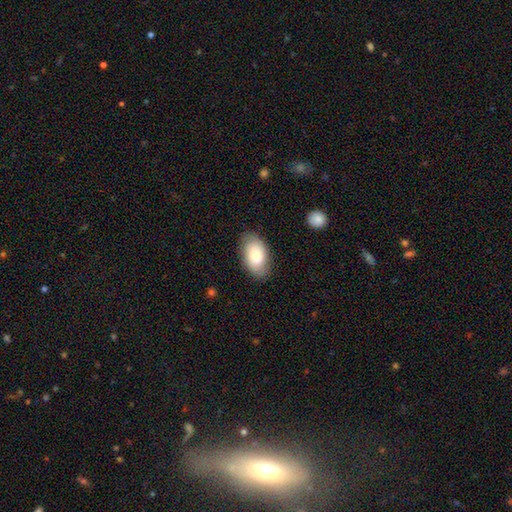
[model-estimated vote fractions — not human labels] smooth_or_featured: smooth (p=0.78) [alt: featured or disk p=0.15]
how_rounded: in between (p=0.94) [alt: round p=0.05]
merging: none (p=0.82) [alt: minor disturbance p=0.13]